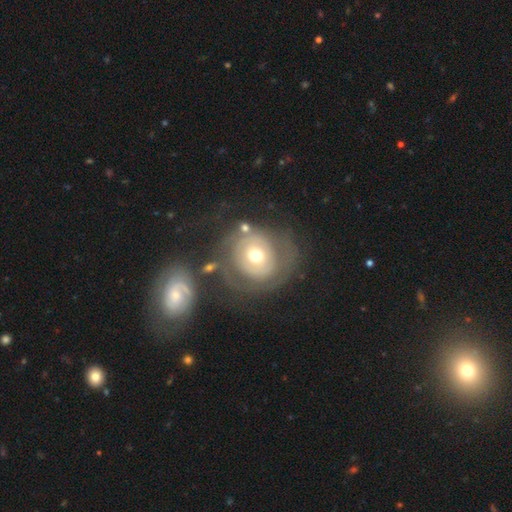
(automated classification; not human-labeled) The model was most divided on "spiral arms": yes: 52%, no: 48%. More confident: edge-on disk — no (96%); bar — no (80%); bulge size — moderate (70%); smooth or featured — featured or disk (60%); merging — none (54%).